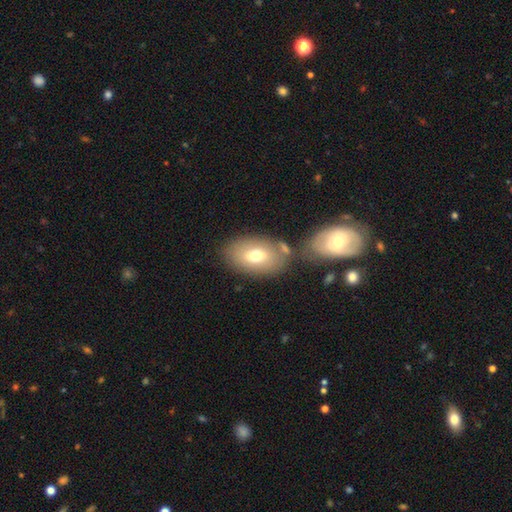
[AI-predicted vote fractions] This is likely a smooth galaxy (69%). How rounded: clearly in between (88%). Merging: likely none (63%).